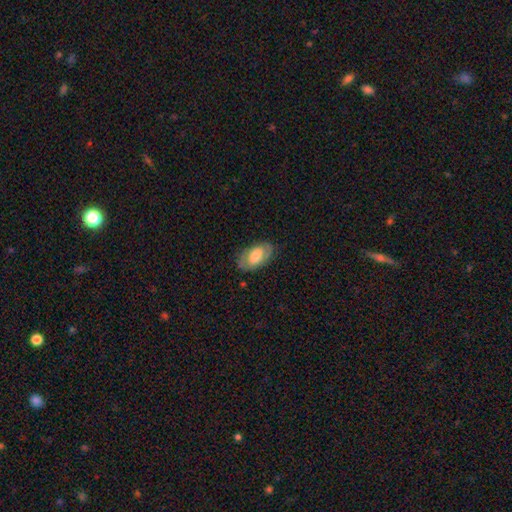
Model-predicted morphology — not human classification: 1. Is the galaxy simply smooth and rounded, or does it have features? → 51% smooth, 43% featured or disk, 6% star or artifact.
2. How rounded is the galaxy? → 93% in between, 5% round, 2% cigar-shaped.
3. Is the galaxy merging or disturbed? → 79% none, 15% minor disturbance, 5% major disturbance, 1% merger.